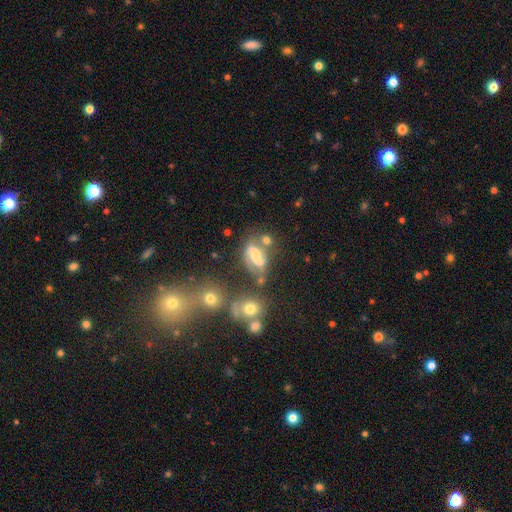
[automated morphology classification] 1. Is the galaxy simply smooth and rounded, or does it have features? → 65% featured or disk, 23% smooth, 12% star or artifact.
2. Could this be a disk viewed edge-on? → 95% no, 5% yes.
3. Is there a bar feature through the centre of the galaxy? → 40% weak, 34% strong, 25% no.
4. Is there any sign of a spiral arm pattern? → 82% yes, 18% no.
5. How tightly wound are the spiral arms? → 45% medium, 37% loose, 18% tight.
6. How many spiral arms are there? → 83% 2, 7% can't tell, 6% 1, 2% 3, 1% 4, 1% more than 4.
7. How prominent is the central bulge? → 43% moderate, 30% small, 13% none, 12% large, 2% dominant.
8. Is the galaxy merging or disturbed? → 44% none, 20% minor disturbance, 20% merger, 17% major disturbance.